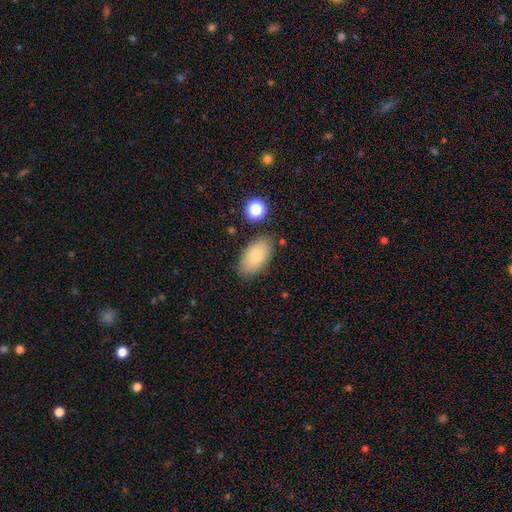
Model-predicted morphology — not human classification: Overall: smooth (77%). How rounded: in between (93%). Merging: none (83%).